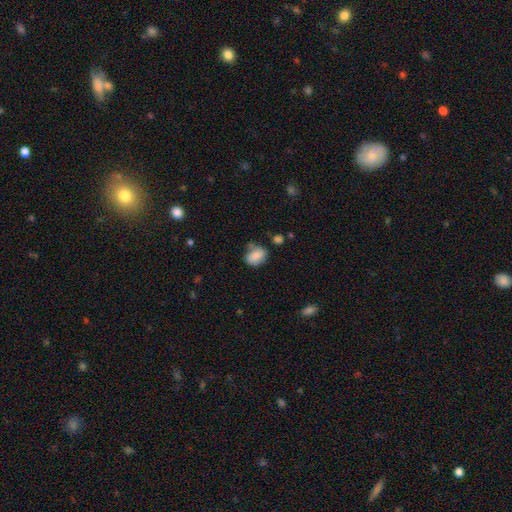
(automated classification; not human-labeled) Overall: smooth (82%). How rounded: in between (68%; round 31%). Merging: none (55%; minor disturbance 29%).